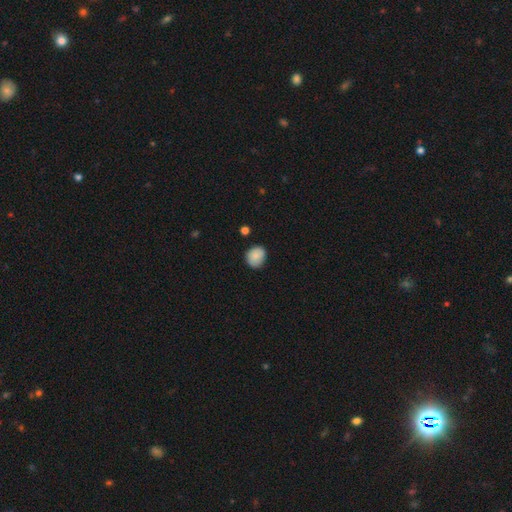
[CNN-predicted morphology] Smooth or featured? smooth (85%)
How rounded? round (66%)
Merging? none (77%)